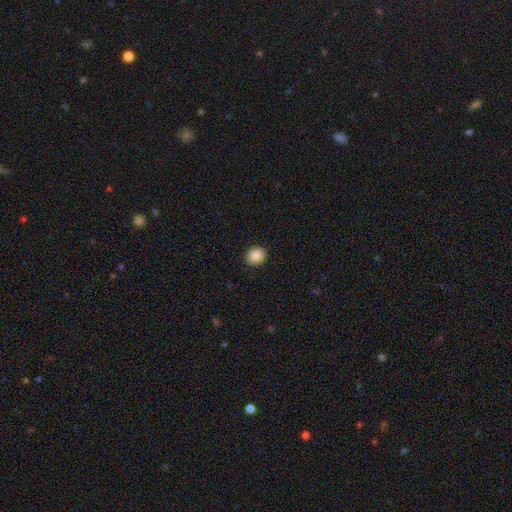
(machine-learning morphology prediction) This is clearly a smooth galaxy (89%). How rounded: clearly round (82%). Merging: clearly none (90%).